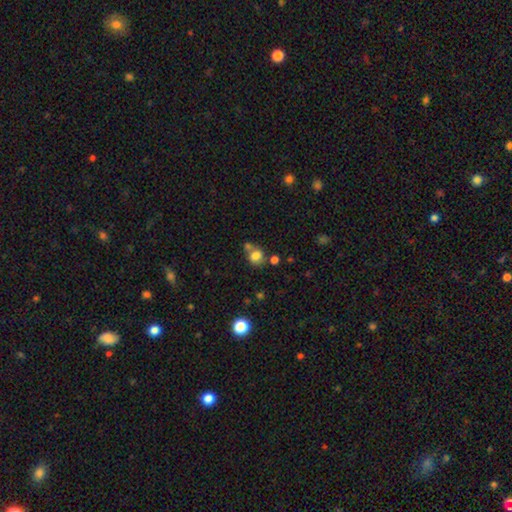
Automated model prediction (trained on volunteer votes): smooth 78%, star or artifact 12%, featured or disk 10%. Down the decision tree: how rounded — round (72%); merging — none (51%).